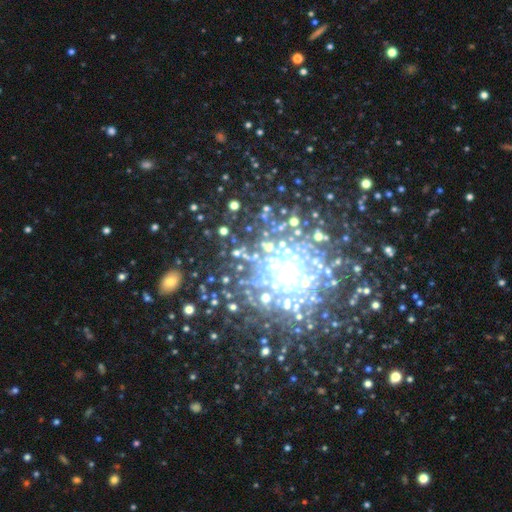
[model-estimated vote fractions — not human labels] This is marginally a featured or disk galaxy (43%). Merging: likely none (65%).